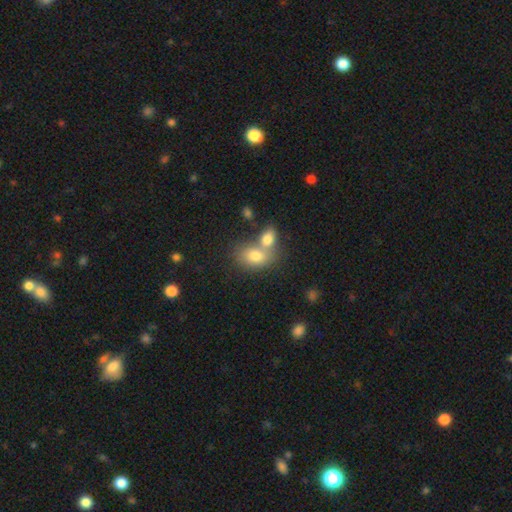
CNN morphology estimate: Smooth or featured?
  - smooth: 77% *
  - featured or disk: 13%
  - star or artifact: 9%
How rounded?
  - in between: 79% *
  - round: 19%
  - cigar-shaped: 2%
Merging?
  - merger: 57% *
  - none: 31%
  - minor disturbance: 8%
  - major disturbance: 4%